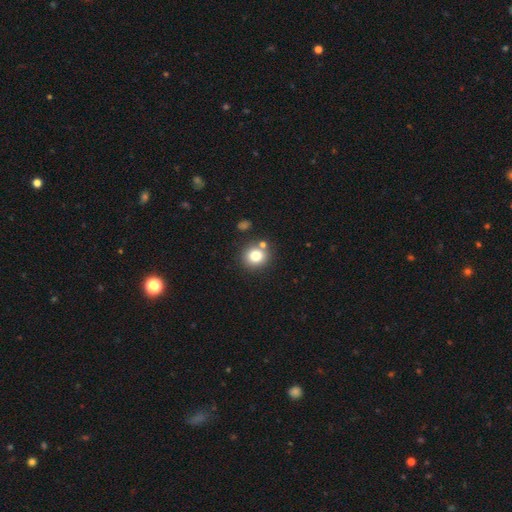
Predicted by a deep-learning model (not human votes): smooth 79%, star or artifact 12%, featured or disk 9%. Down the decision tree: how rounded — round (84%); merging — none (76%).